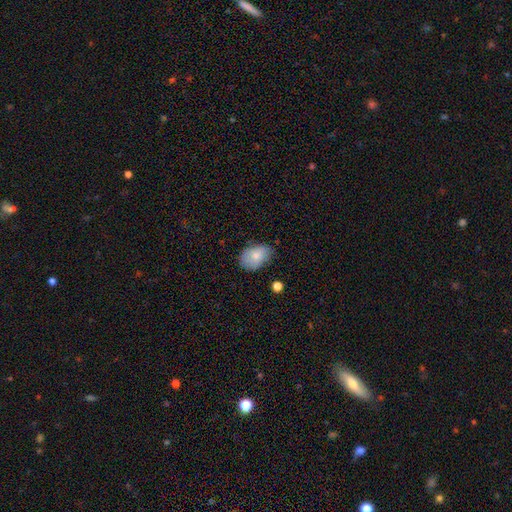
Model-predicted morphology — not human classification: Q: Smooth or featured?
A: smooth (77%); runner-up: featured or disk (16%)
Q: How rounded?
A: in between (83%); runner-up: round (15%)
Q: Merging?
A: none (64%); runner-up: minor disturbance (29%)